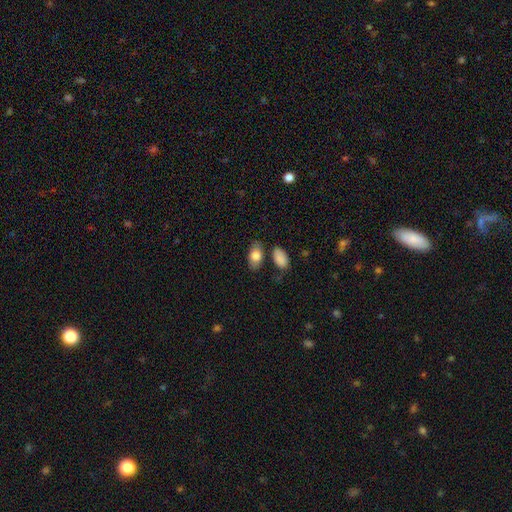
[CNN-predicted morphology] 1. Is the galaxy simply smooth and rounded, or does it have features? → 81% smooth, 12% featured or disk, 6% star or artifact.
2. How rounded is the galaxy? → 91% in between, 6% round, 2% cigar-shaped.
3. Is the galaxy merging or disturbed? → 74% none, 15% minor disturbance, 8% merger, 4% major disturbance.